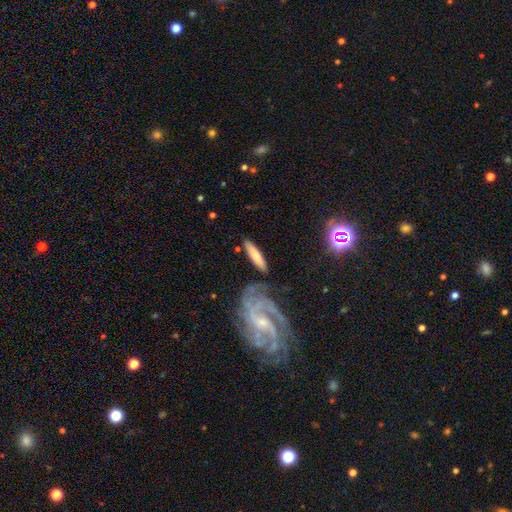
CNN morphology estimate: type=smooth (69%); roundness=cigar-shaped (76%); merging=none (76%).